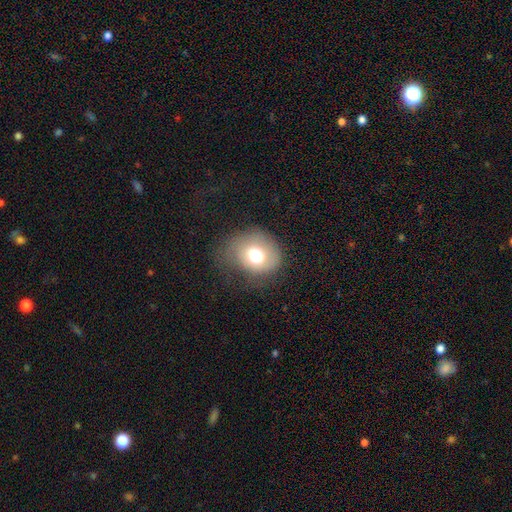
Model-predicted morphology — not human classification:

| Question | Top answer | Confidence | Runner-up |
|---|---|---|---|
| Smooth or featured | smooth | 70% | featured or disk (20%) |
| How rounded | round | 63% | in between (36%) |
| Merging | none | 56% | minor disturbance (26%) |